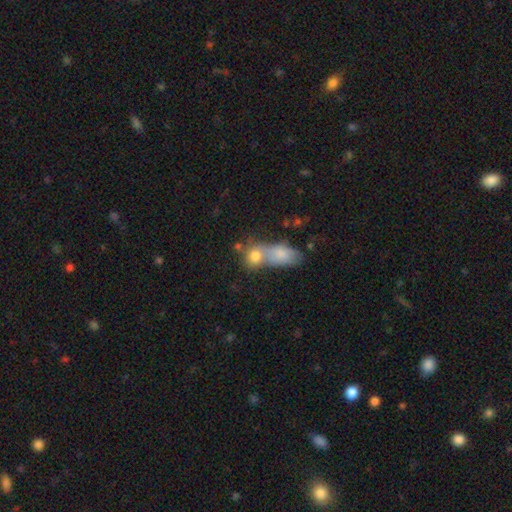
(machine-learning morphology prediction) The model was most divided on "how rounded": in between: 47%, round: 45%, cigar-shaped: 7%. More confident: smooth or featured — smooth (67%); merging — merger (64%).